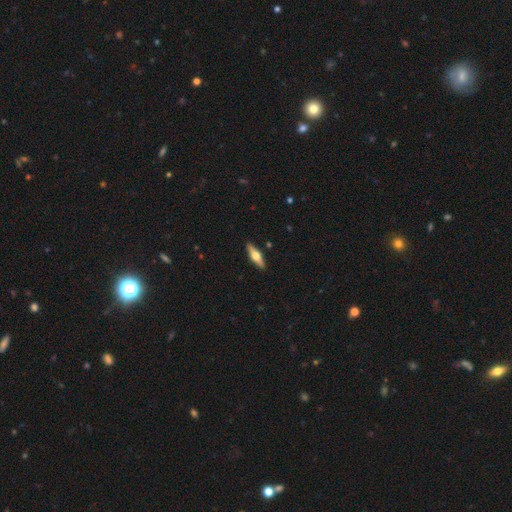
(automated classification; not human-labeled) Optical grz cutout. It shows a featured or disk galaxy (59%) viewed edge-on (94%) with a rounded central bulge (95%). Merging: none (90%).